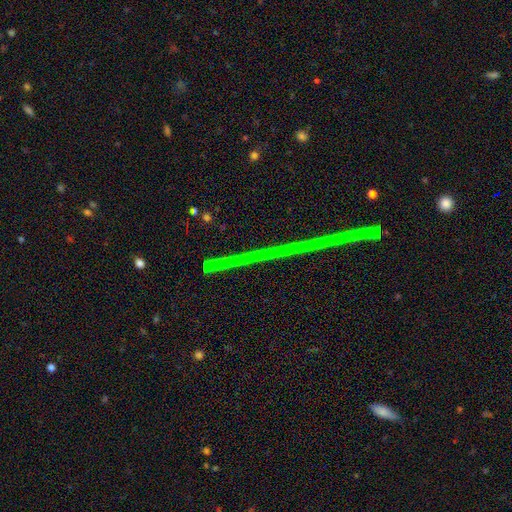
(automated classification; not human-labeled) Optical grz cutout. It shows a star or artifact, not a galaxy (83%).